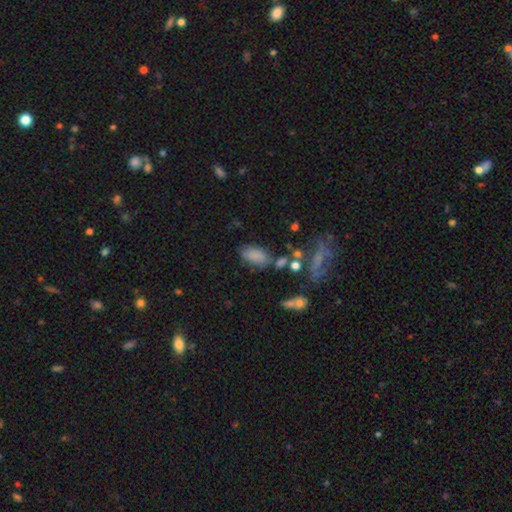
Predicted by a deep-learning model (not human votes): This appears to be a smooth galaxy with no disk features (79%) that is in between round and cigar-shaped (92%). Merging: none (64%).